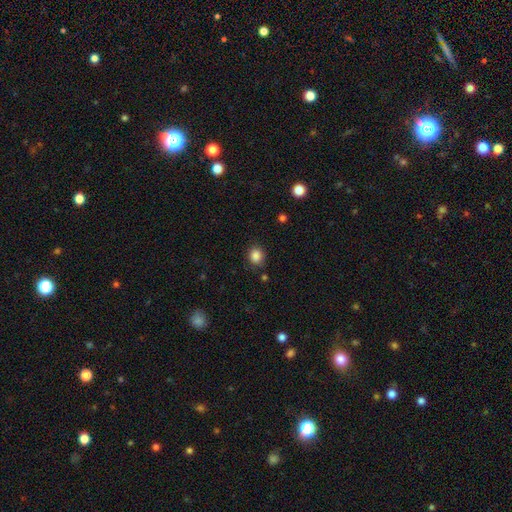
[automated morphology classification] Smooth or featured? Predicted: smooth (p=0.86). How rounded? Predicted: round (p=0.74). Merging? Predicted: none (p=0.83).